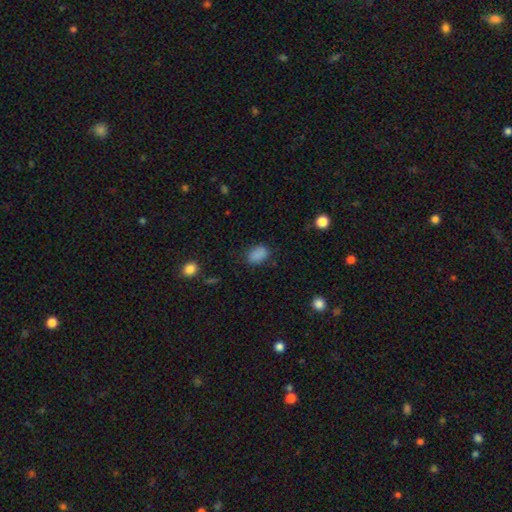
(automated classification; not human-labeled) This is clearly a smooth galaxy (85%). How rounded: clearly in between (84%). Merging: likely none (80%).